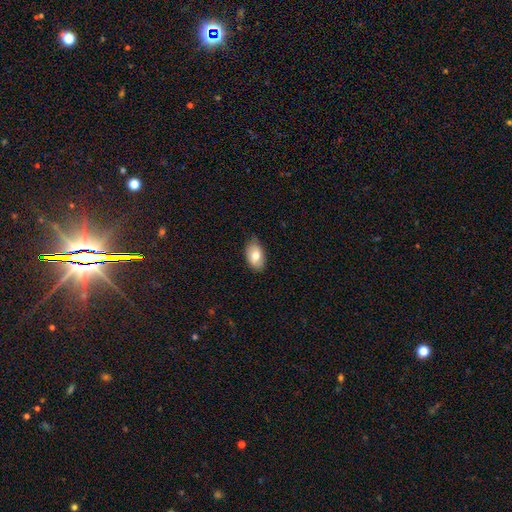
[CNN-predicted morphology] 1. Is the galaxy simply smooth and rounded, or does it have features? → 77% smooth, 16% featured or disk, 7% star or artifact.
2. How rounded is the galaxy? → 91% in between, 8% round, 1% cigar-shaped.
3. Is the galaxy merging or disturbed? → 77% none, 19% minor disturbance, 3% major disturbance, 1% merger.